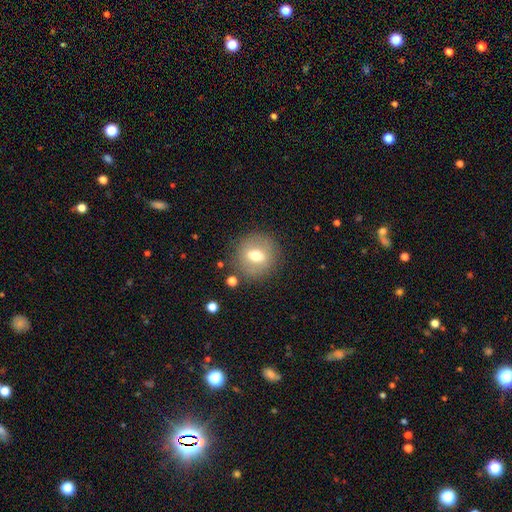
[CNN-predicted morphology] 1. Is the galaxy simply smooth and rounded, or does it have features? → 61% smooth, 30% featured or disk, 10% star or artifact.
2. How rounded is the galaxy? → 84% round, 15% in between, 1% cigar-shaped.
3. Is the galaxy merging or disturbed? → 83% none, 10% minor disturbance, 4% major disturbance, 3% merger.